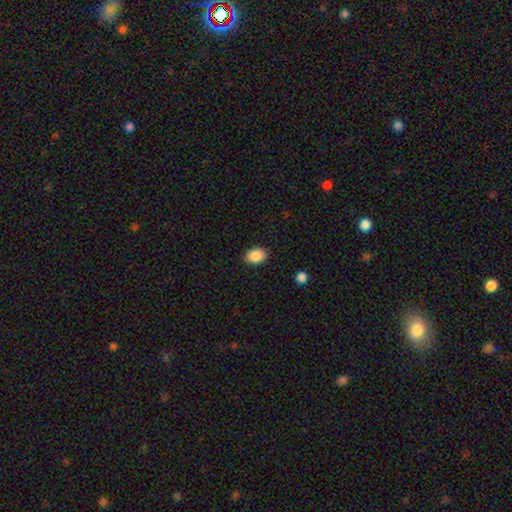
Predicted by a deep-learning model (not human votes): A smooth galaxy with no disk features (89%) that is in between round and cigar-shaped (77%). Merging: none (88%).